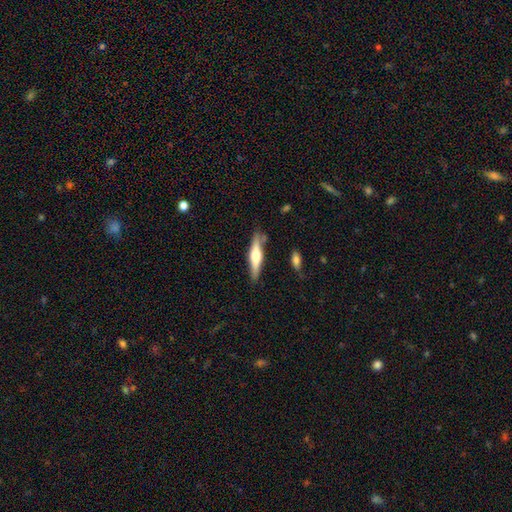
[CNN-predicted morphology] Smooth or featured: featured or disk — 53% (smooth — 41%)
Edge-on disk: yes — 95% (no — 5%)
Edge-on bulge: rounded — 87% (boxy — 8%)
Merging: none — 80% (minor disturbance — 13%)